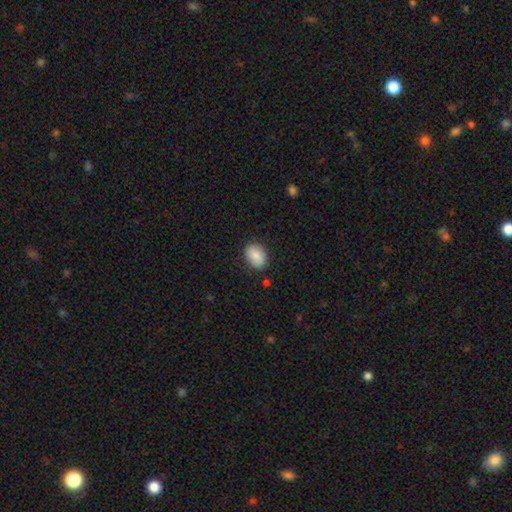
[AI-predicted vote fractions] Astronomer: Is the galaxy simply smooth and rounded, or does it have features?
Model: smooth — 84%.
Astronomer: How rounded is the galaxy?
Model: in between — 75%.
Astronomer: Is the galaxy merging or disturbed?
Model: none — 83%.